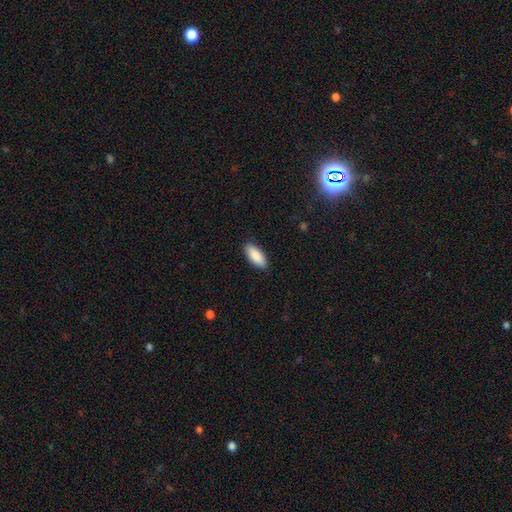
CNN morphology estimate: smooth_or_featured: smooth (p=0.89) [alt: star or artifact p=0.06]
how_rounded: in between (p=0.83) [alt: cigar-shaped p=0.15]
merging: none (p=0.89) [alt: minor disturbance p=0.08]